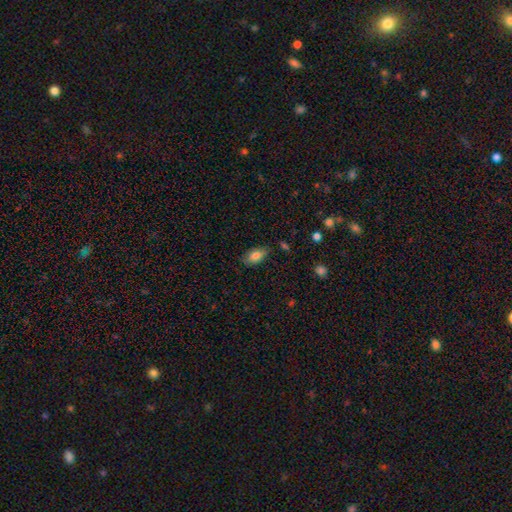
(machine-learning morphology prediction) A smooth galaxy with no disk features (79%) that is in between round and cigar-shaped (89%). Merging: none (75%).